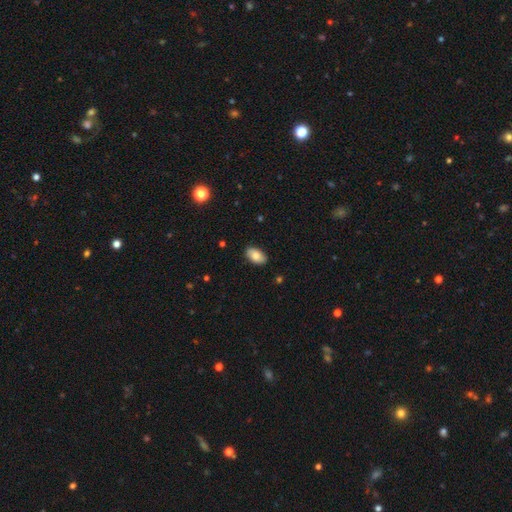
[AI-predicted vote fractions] The model was most divided on "smooth or featured": smooth: 82%, featured or disk: 11%, star or artifact: 7%. More confident: how rounded — in between (93%); merging — none (86%).